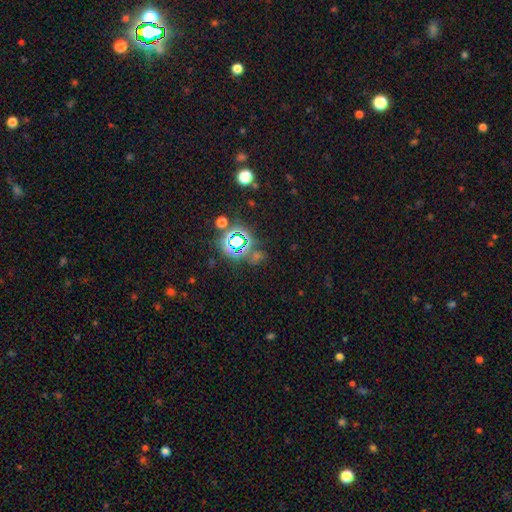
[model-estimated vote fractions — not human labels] smooth-or-featured: star or artifact: 72% | smooth: 20% | featured or disk: 8%